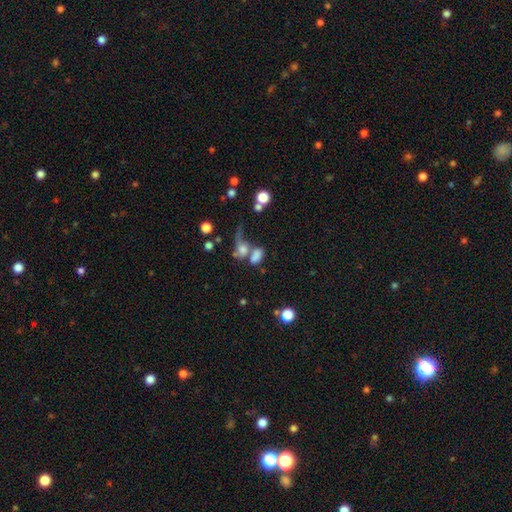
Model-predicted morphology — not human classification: A smooth galaxy with no disk features (70%) that is in between round and cigar-shaped (77%). Merging: merger (49%).